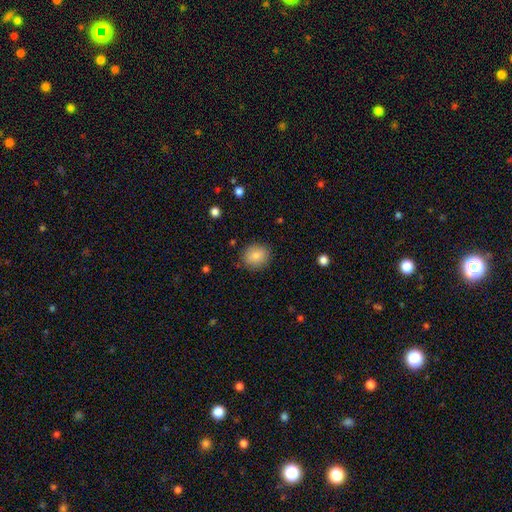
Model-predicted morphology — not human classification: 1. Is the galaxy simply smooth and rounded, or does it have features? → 81% smooth, 11% featured or disk, 9% star or artifact.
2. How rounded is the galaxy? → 76% round, 23% in between, 1% cigar-shaped.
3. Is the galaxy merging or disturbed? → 86% none, 10% minor disturbance, 3% major disturbance, 1% merger.